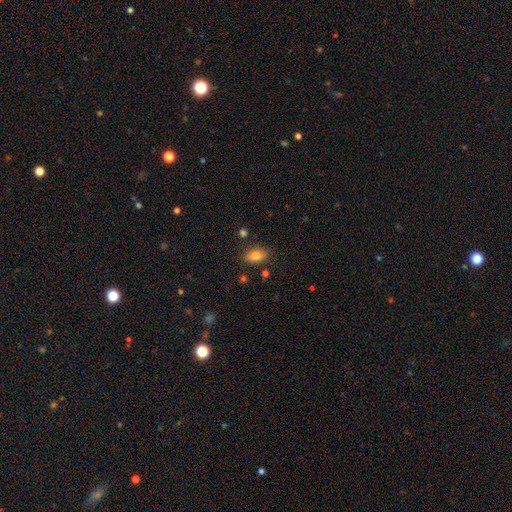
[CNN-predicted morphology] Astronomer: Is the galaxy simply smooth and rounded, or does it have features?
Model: smooth — 83%.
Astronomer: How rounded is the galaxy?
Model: in between — 88%.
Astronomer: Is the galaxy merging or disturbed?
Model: none — 80%.